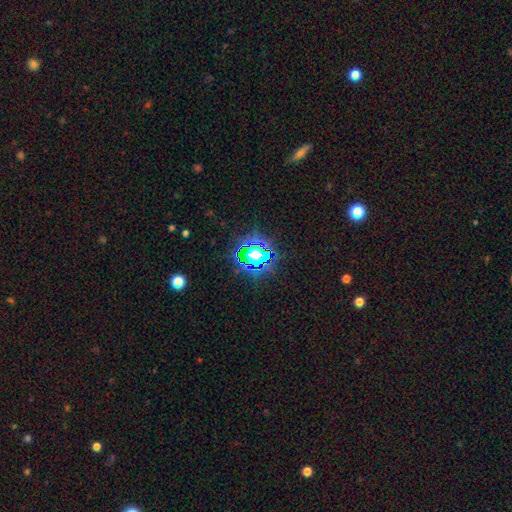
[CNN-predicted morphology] Smooth or featured?
  - star or artifact: 59% *
  - smooth: 29%
  - featured or disk: 13%